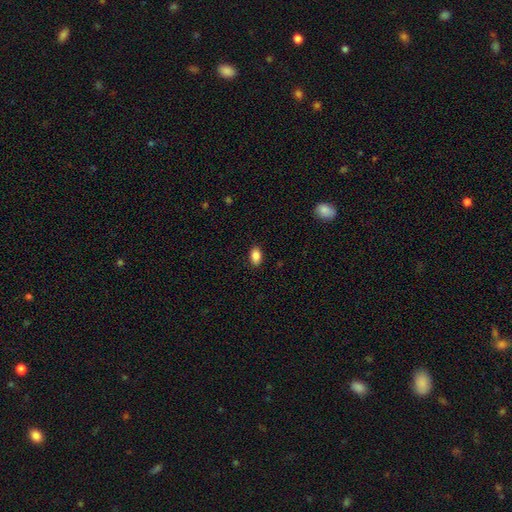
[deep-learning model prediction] Overall: smooth (87%). How rounded: in between (89%). Merging: none (88%).